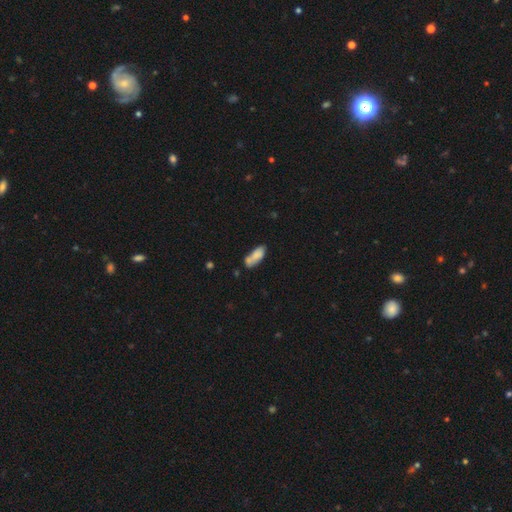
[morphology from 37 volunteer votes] This is likely a smooth galaxy (76%). How rounded: clearly in between (93%). Merging: marginally merger (44%).